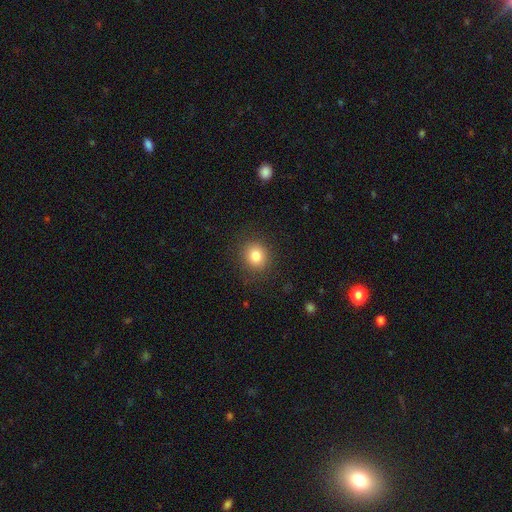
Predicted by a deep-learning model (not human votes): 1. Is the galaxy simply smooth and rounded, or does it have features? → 82% smooth, 11% star or artifact, 7% featured or disk.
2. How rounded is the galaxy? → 84% round, 15% in between, 1% cigar-shaped.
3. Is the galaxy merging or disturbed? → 88% none, 8% minor disturbance, 3% major disturbance, 1% merger.